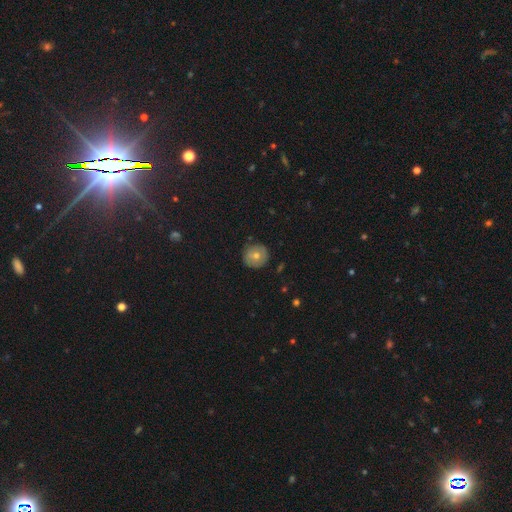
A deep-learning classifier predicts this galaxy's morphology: The model was most divided on "smooth or featured": smooth: 66%, featured or disk: 25%, star or artifact: 10%. More confident: how rounded — round (94%); merging — none (88%).